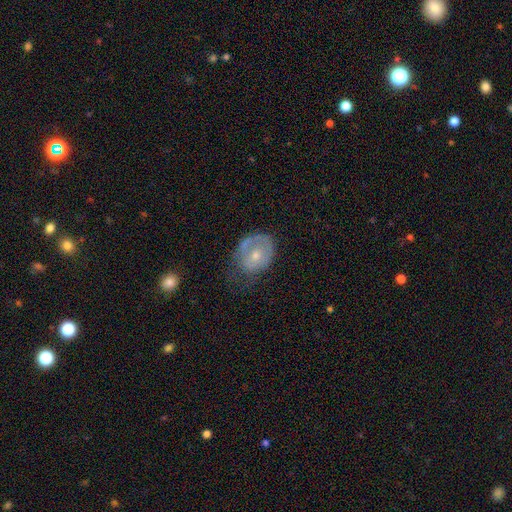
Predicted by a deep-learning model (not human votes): smooth-or-featured: featured or disk: 47% | smooth: 46% | star or artifact: 7%
  merging: none: 38% | minor disturbance: 32% | major disturbance: 28% | merger: 3%